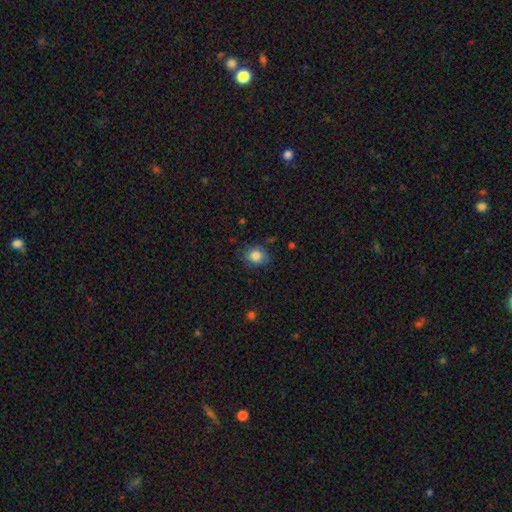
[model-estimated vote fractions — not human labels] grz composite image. It shows a smooth galaxy with no disk features (83%) that is round (65%). Merging: none (74%).